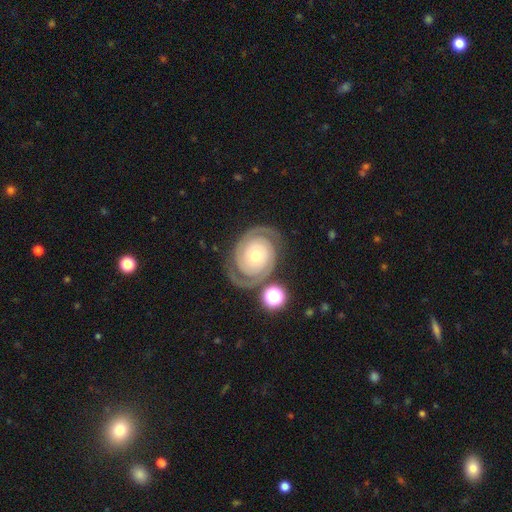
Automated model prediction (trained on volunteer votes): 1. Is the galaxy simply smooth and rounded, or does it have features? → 90% featured or disk, 5% smooth, 5% star or artifact.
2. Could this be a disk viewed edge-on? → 98% no, 2% yes.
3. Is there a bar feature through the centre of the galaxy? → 79% no, 15% weak, 6% strong.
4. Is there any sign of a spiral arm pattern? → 98% yes, 2% no.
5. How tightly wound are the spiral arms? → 74% tight, 22% medium, 4% loose.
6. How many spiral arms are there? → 91% 2, 3% can't tell, 3% 3, 1% 1, 1% 4, 1% more than 4.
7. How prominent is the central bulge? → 47% moderate, 45% small, 4% large, 1% dominant, 1% none.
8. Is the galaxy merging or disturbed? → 78% none, 12% minor disturbance, 5% major disturbance, 4% merger.